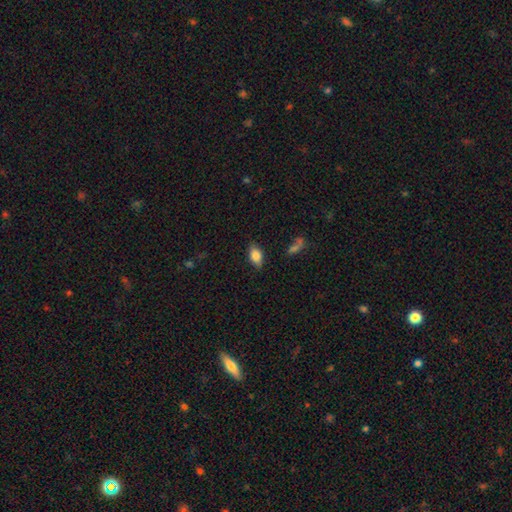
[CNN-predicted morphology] smooth-or-featured: smooth: 81% | featured or disk: 11% | star or artifact: 8%
  how-rounded: in between: 88% | round: 7% | cigar-shaped: 5%
  merging: none: 82% | minor disturbance: 13% | major disturbance: 3% | merger: 2%